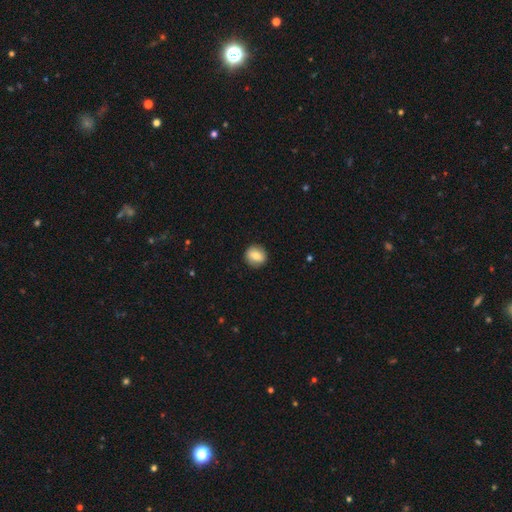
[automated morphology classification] A smooth galaxy with no disk features (77%) that is round (83%).

Vote fractions:
- Smooth or featured? smooth: 77% / featured or disk: 15% / star or artifact: 8%
- How rounded? round: 83% / in between: 16% / cigar-shaped: 1%
- Merging? none: 87% / minor disturbance: 9% / major disturbance: 2% / merger: 1%